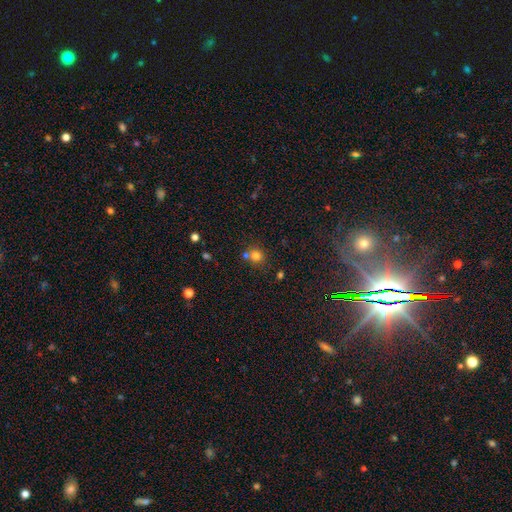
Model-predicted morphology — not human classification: Q: Smooth or featured?
A: smooth (76%); runner-up: star or artifact (16%)
Q: How rounded?
A: round (86%); runner-up: in between (13%)
Q: Merging?
A: none (61%); runner-up: merger (26%)